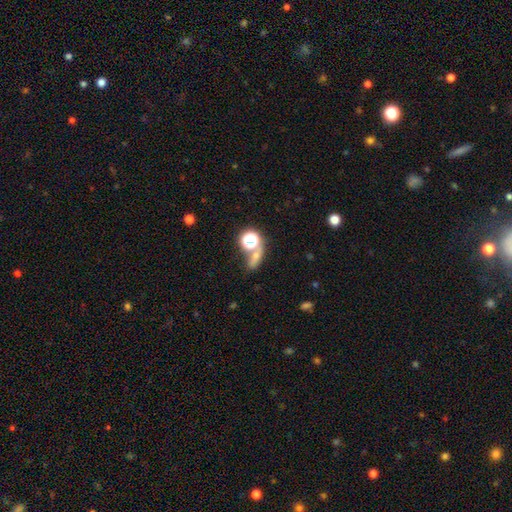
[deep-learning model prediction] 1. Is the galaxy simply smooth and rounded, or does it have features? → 58% smooth, 28% star or artifact, 14% featured or disk.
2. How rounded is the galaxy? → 47% round, 39% in between, 13% cigar-shaped.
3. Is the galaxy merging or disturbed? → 50% none, 29% merger, 12% minor disturbance, 9% major disturbance.